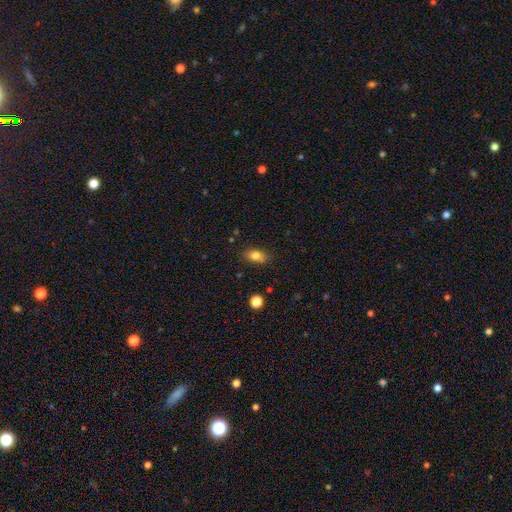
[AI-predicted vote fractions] A smooth galaxy with no disk features (81%) that is in between round and cigar-shaped (82%). Merging: none (81%).